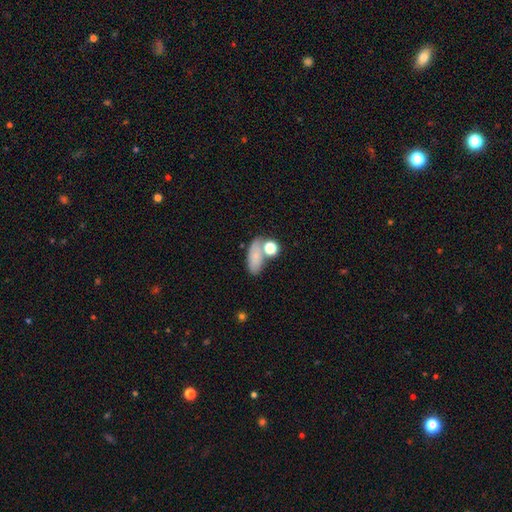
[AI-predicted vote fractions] Smooth or featured? Predicted: smooth (p=0.76). How rounded? Predicted: in between (p=0.81). Merging? Predicted: none (p=0.52).